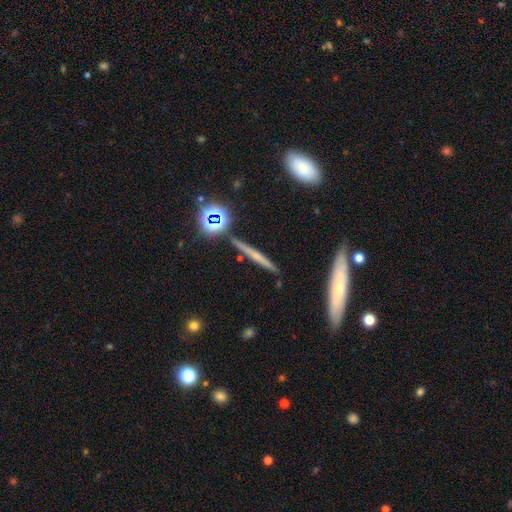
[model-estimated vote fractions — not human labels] Smooth or featured? Predicted: featured or disk (p=0.49). Merging? Predicted: none (p=0.86).